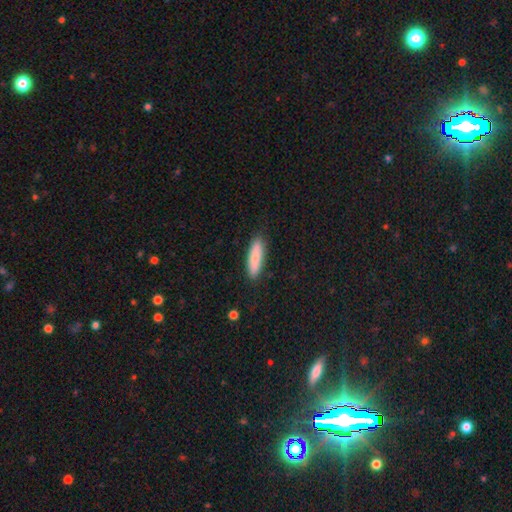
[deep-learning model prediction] Morphology: type=smooth (81%); roundness=cigar-shaped (63%); merging=none (87%).